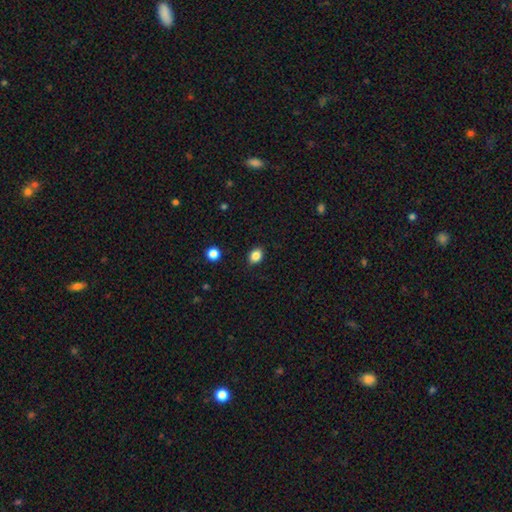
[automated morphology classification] Smooth or featured?
  - smooth: 85% *
  - star or artifact: 10%
  - featured or disk: 5%
How rounded?
  - in between: 54% *
  - round: 45%
  - cigar-shaped: 1%
Merging?
  - none: 87% *
  - minor disturbance: 10%
  - major disturbance: 2%
  - merger: 1%